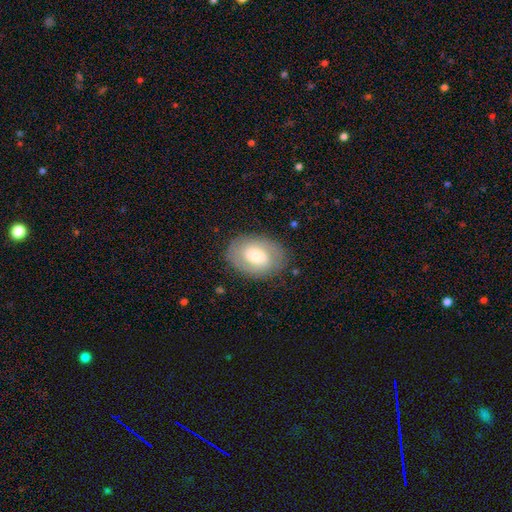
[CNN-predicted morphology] This is possibly a smooth galaxy (54%). How rounded: likely in between (79%). Merging: clearly none (82%).